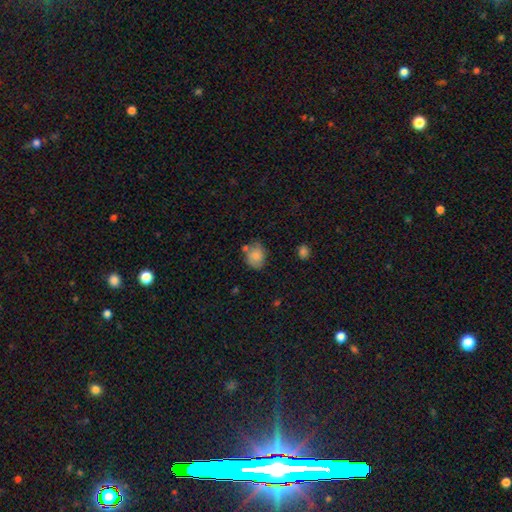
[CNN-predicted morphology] smooth 79%, featured or disk 12%, star or artifact 9%. Down the decision tree: how rounded — in between (50%); merging — none (58%).